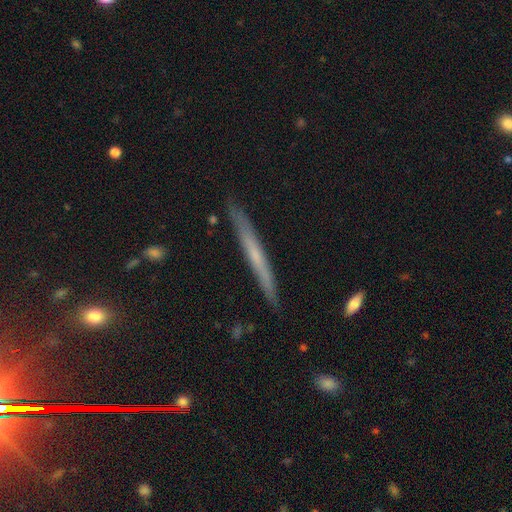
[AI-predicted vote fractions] featured or disk 53%, smooth 40%, star or artifact 7%. Down the decision tree: edge-on disk — yes (96%); edge-on bulge — none (70%); merging — none (89%).